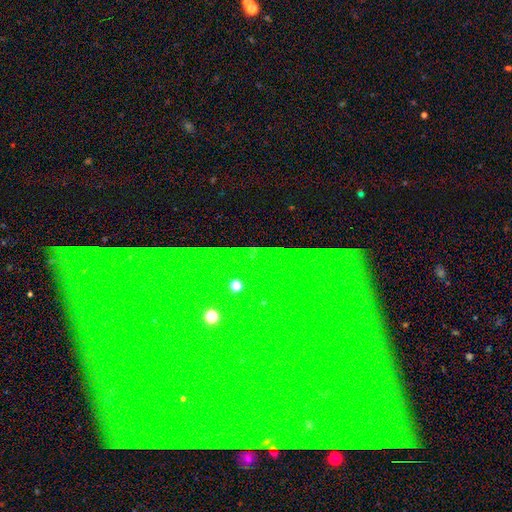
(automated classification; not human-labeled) The model was most divided on "smooth or featured": star or artifact: 83%, featured or disk: 9%, smooth: 7%.